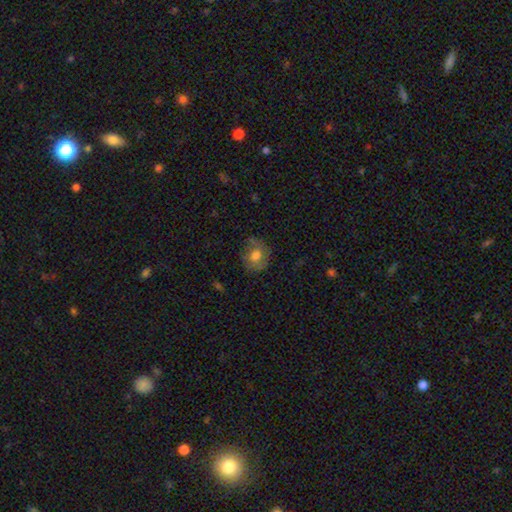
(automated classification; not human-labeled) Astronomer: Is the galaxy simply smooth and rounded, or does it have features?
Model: smooth — 70%.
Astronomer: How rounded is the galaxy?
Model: round — 71%.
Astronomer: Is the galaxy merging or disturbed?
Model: none — 70%.